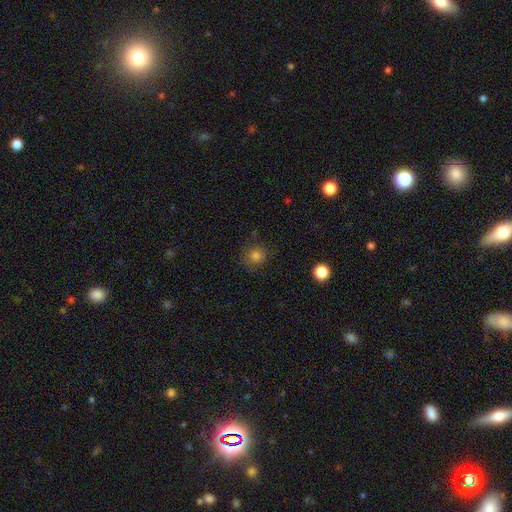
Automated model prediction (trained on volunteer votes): smooth_or_featured: smooth (p=0.81) [alt: star or artifact p=0.14]
how_rounded: round (p=0.86) [alt: in between p=0.13]
merging: none (p=0.81) [alt: minor disturbance p=0.13]